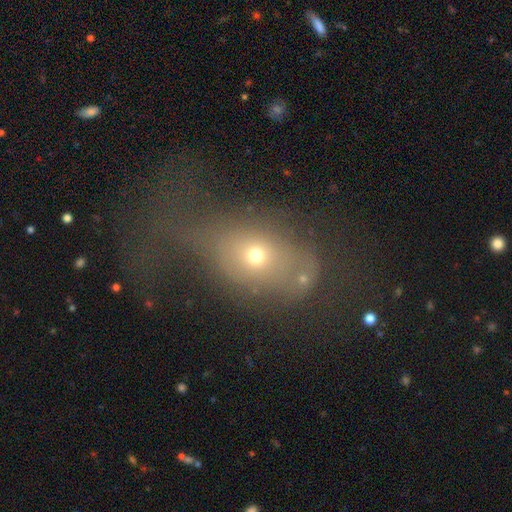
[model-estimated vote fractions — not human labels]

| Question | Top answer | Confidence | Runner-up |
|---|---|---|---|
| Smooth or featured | smooth | 56% | featured or disk (24%) |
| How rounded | in between | 50% | round (47%) |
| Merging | major disturbance | 37% | none (28%) |